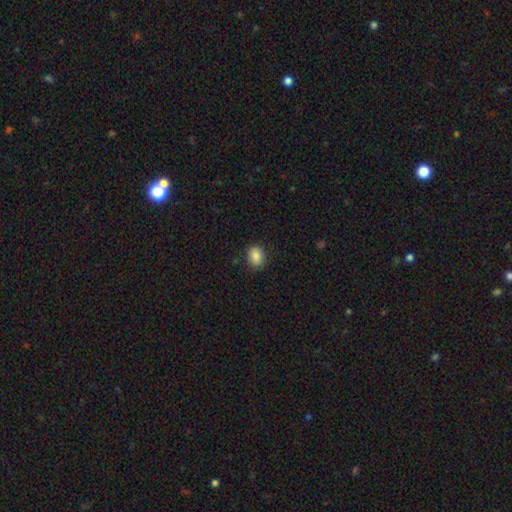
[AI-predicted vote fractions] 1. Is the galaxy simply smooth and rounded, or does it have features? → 85% smooth, 9% star or artifact, 6% featured or disk.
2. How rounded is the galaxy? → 56% in between, 43% round, 1% cigar-shaped.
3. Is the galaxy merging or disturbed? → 85% none, 11% minor disturbance, 3% major disturbance, 1% merger.